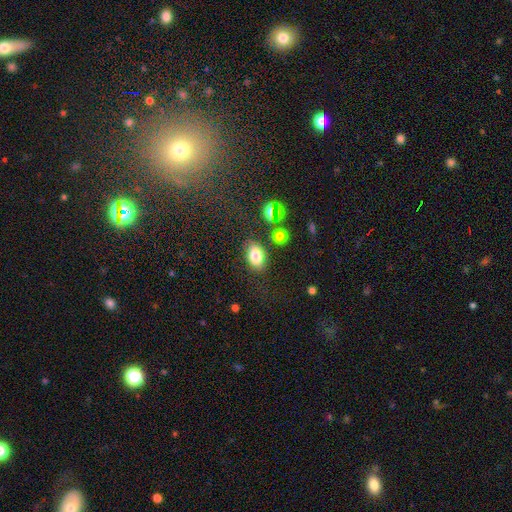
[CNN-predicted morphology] type=smooth (80%); roundness=in between (85%); merging=none (78%).